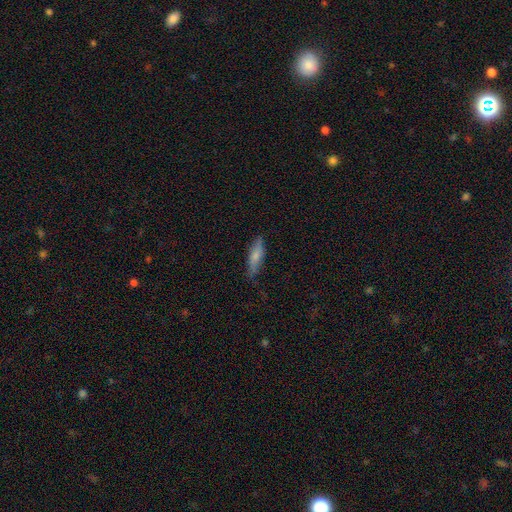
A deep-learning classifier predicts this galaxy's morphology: Smooth or featured? smooth (68%)
How rounded? cigar-shaped (64%)
Merging? none (75%)